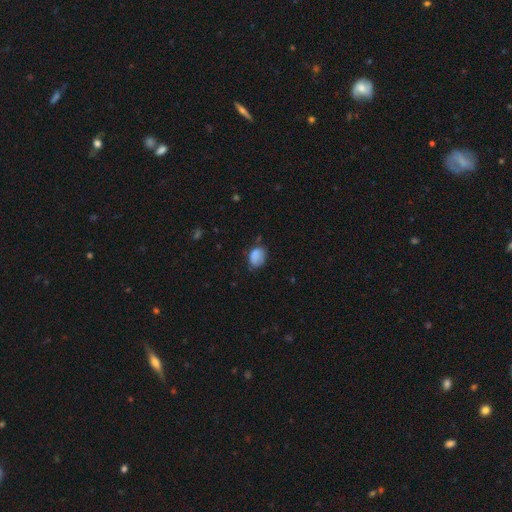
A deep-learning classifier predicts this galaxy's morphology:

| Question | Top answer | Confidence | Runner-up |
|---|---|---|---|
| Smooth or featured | smooth | 82% | star or artifact (9%) |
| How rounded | in between | 66% | round (32%) |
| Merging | none | 57% | minor disturbance (31%) |